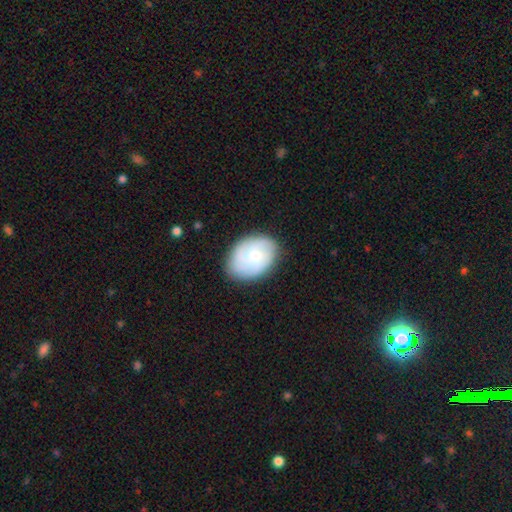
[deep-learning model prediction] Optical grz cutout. It shows a smooth galaxy with no disk features (50%) that is in between round and cigar-shaped (70%). Merging: none (77%).